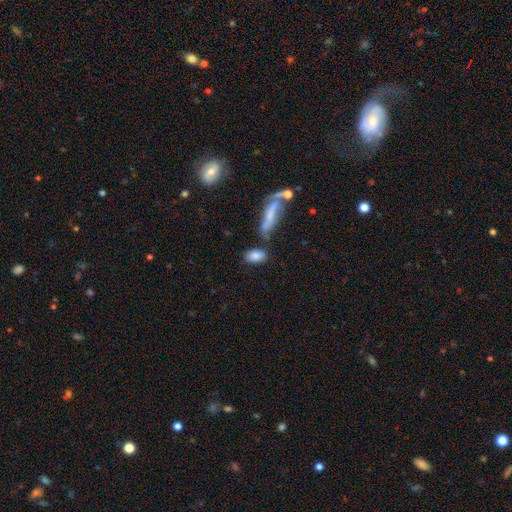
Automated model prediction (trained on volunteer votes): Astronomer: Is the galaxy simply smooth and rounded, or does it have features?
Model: smooth — 82%.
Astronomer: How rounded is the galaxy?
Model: in between — 89%.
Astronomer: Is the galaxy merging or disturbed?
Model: none — 63%.